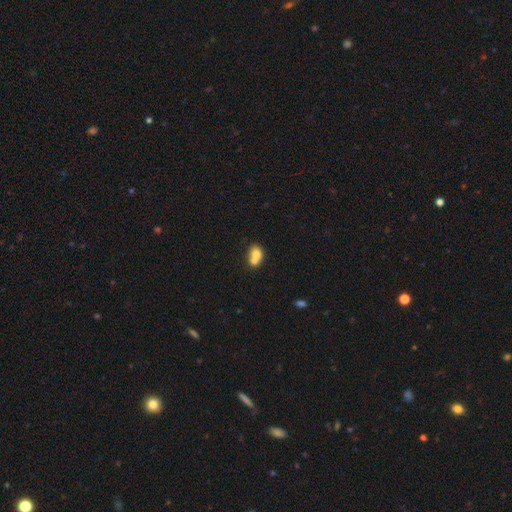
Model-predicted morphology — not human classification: The model was most divided on "how rounded": round: 52%, in between: 47%, cigar-shaped: 1%. More confident: smooth or featured — smooth (71%); merging — merger (65%).